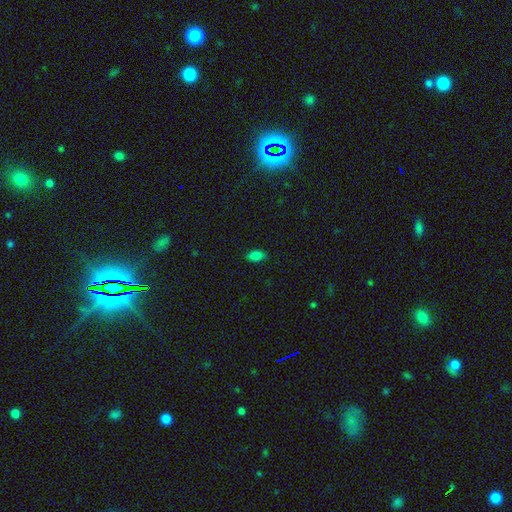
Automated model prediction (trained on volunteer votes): smooth_or_featured: smooth (p=0.83) [alt: star or artifact p=0.11]
how_rounded: in between (p=0.91) [alt: round p=0.05]
merging: none (p=0.85) [alt: minor disturbance p=0.11]